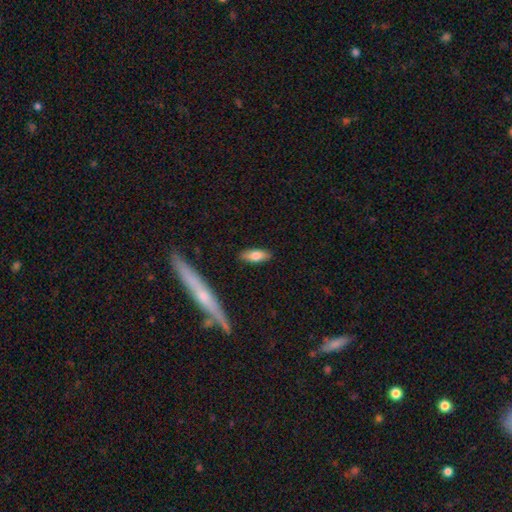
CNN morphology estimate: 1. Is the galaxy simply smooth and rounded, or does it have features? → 73% smooth, 20% featured or disk, 6% star or artifact.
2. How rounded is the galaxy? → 72% in between, 26% cigar-shaped, 2% round.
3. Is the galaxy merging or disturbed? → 87% none, 9% minor disturbance, 2% major disturbance, 2% merger.